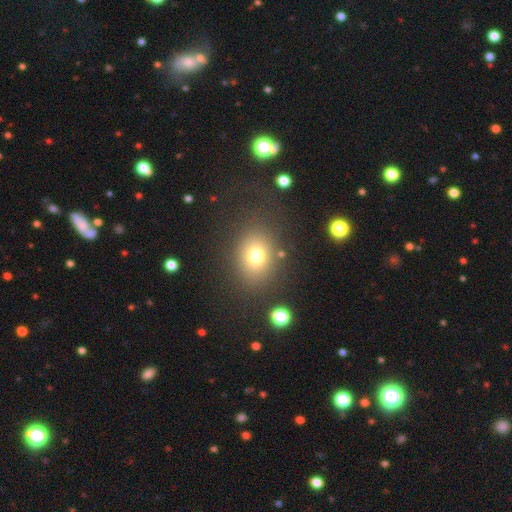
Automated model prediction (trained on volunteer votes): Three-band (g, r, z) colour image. It shows a smooth galaxy with no disk features (73%) that is in between round and cigar-shaped (50%). Merging: none (78%).